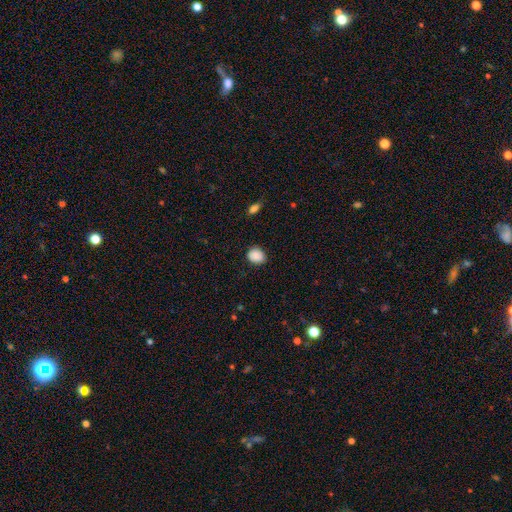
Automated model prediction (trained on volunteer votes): Morphology: type=smooth (88%); roundness=round (65%); merging=none (83%).